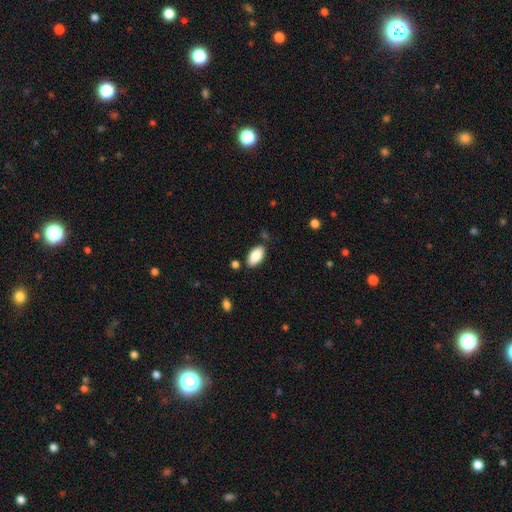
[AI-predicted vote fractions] The model was most divided on "merging": none: 83%, minor disturbance: 11%, merger: 4%, major disturbance: 3%. More confident: how rounded — in between (94%); smooth or featured — smooth (87%).